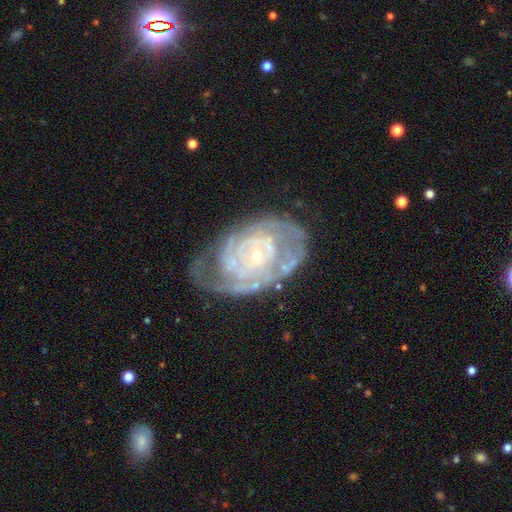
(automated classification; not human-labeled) smooth-or-featured: featured or disk: 87% | smooth: 7% | star or artifact: 6%
  disk-edge-on: no: 96% | yes: 4%
    bar: no: 75% | weak: 19% | strong: 6%
    has-spiral-arms: yes: 92% | no: 8%
      spiral-winding: tight: 74% | medium: 21% | loose: 5%
      spiral-arm-count: can't tell: 38% | 2: 23% | 3: 17% | 4: 10% | more than 4: 6% | 1: 6%
    bulge-size: small: 76% | moderate: 20% | large: 1% | none: 1% | dominant: 1%
  merging: none: 57% | minor disturbance: 24% | major disturbance: 16% | merger: 3%